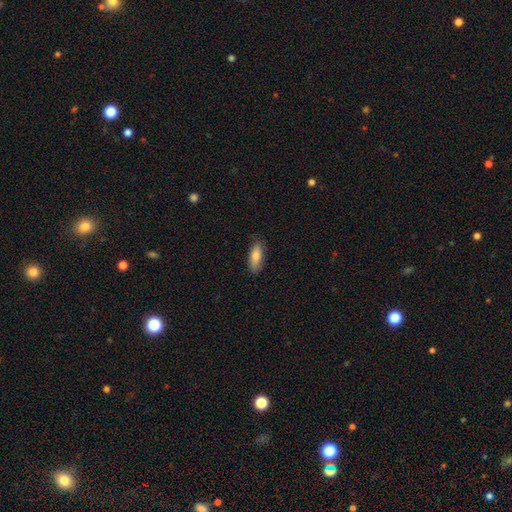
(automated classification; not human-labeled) This appears to be a smooth galaxy with no disk features (81%) that is in between round and cigar-shaped (66%). Merging: none (85%).